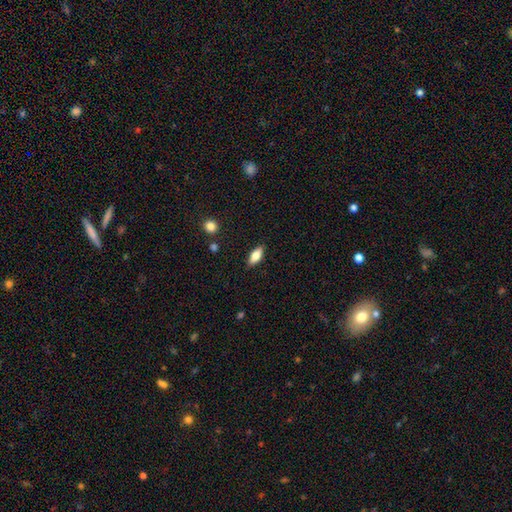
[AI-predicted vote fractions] smooth_or_featured: smooth (p=0.76) [alt: featured or disk p=0.17]
how_rounded: in between (p=0.79) [alt: cigar-shaped p=0.18]
merging: none (p=0.87) [alt: minor disturbance p=0.10]